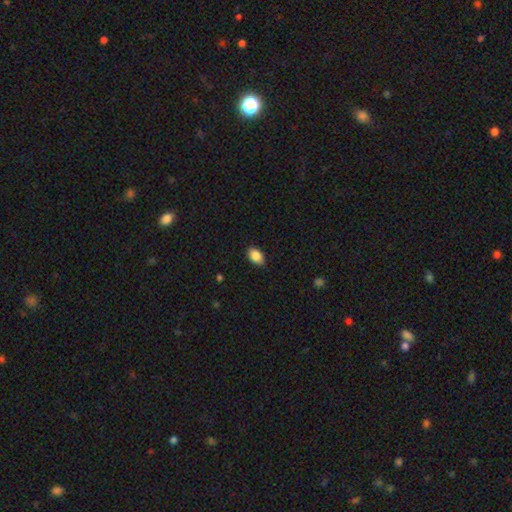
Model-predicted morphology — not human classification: smooth_or_featured: smooth (p=0.88) [alt: star or artifact p=0.07]
how_rounded: in between (p=0.90) [alt: round p=0.09]
merging: none (p=0.87) [alt: minor disturbance p=0.10]